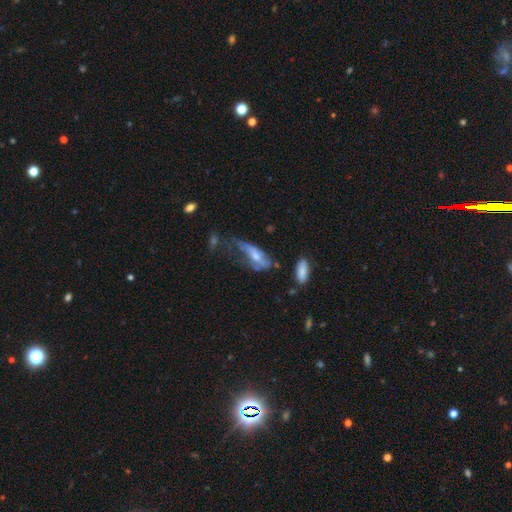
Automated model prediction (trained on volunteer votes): smooth 50%, featured or disk 42%, star or artifact 8%. Down the decision tree: merging — major disturbance (47%).